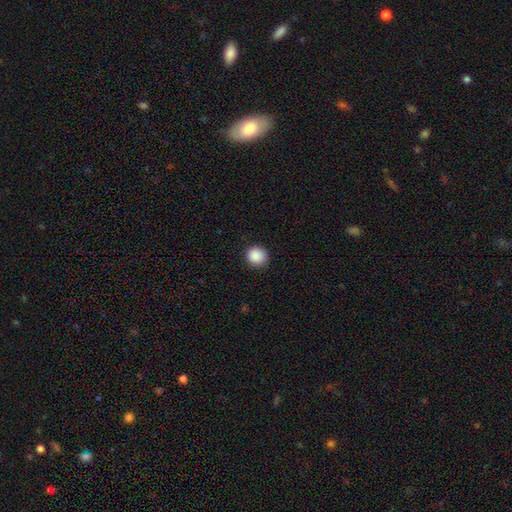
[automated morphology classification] The model was most divided on "smooth or featured": smooth: 89%, star or artifact: 9%, featured or disk: 2%. More confident: how rounded — round (92%); merging — none (90%).